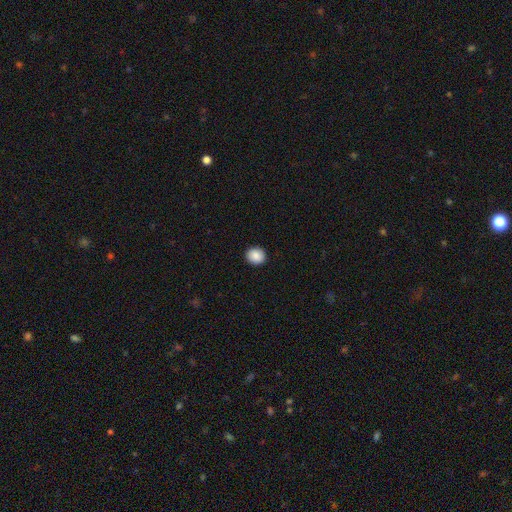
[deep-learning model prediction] A smooth galaxy with no disk features (88%) that is round (80%). Merging: none (92%).